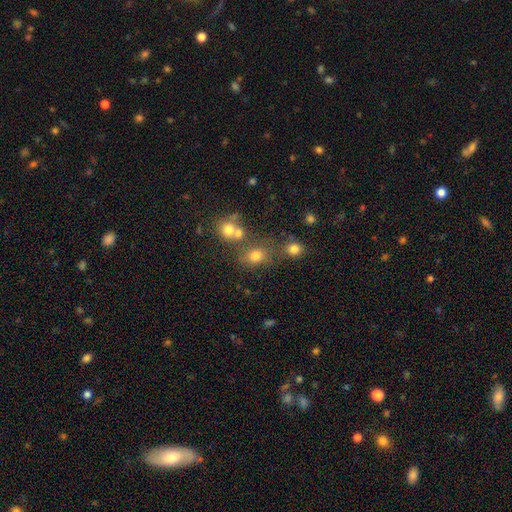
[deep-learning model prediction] Q: Smooth or featured?
A: smooth (75%); runner-up: star or artifact (16%)
Q: How rounded?
A: round (56%); runner-up: in between (43%)
Q: Merging?
A: none (58%); runner-up: merger (23%)